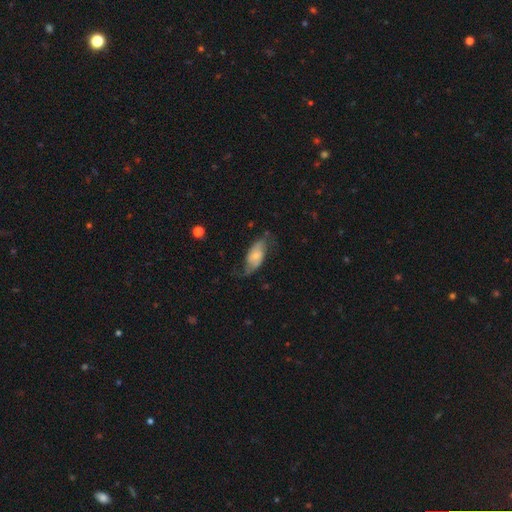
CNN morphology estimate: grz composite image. It shows a featured or disk galaxy (49%). Merging: none (55%).